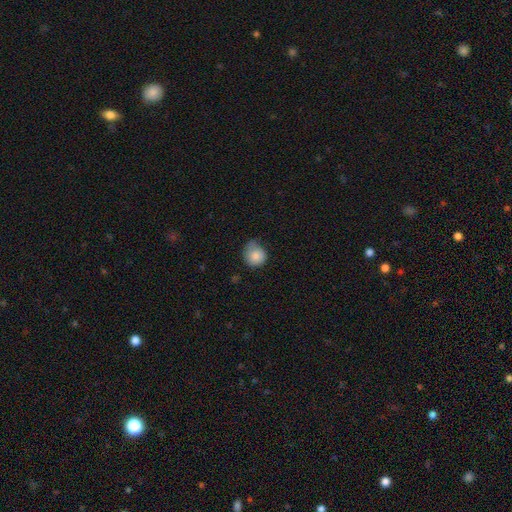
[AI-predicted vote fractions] This is clearly a smooth galaxy (84%). How rounded: clearly round (82%). Merging: marginally none (43%).